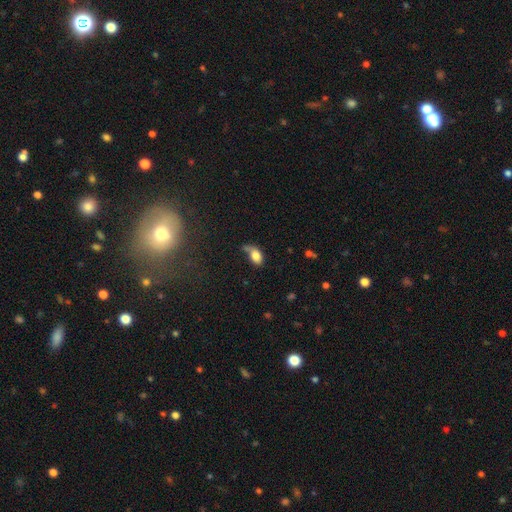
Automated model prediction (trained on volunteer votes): Smooth or featured?
  - smooth: 77% *
  - featured or disk: 14%
  - star or artifact: 9%
How rounded?
  - in between: 86% *
  - round: 12%
  - cigar-shaped: 3%
Merging?
  - none: 36% *
  - minor disturbance: 30%
  - major disturbance: 21%
  - merger: 13%